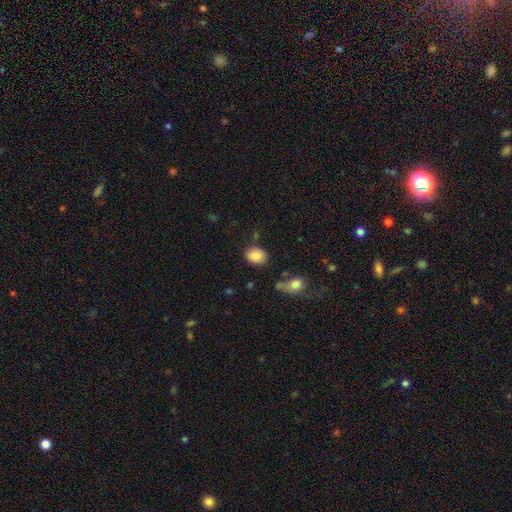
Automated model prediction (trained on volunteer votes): smooth 85%, star or artifact 8%, featured or disk 7%. Down the decision tree: how rounded — in between (57%); merging — none (79%).